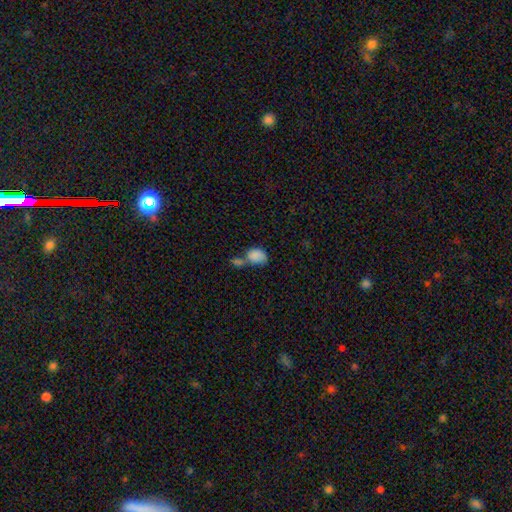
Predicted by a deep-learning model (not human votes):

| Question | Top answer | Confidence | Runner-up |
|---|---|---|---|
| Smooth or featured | smooth | 84% | featured or disk (8%) |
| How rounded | in between | 75% | round (24%) |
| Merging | merger | 59% | none (21%) |